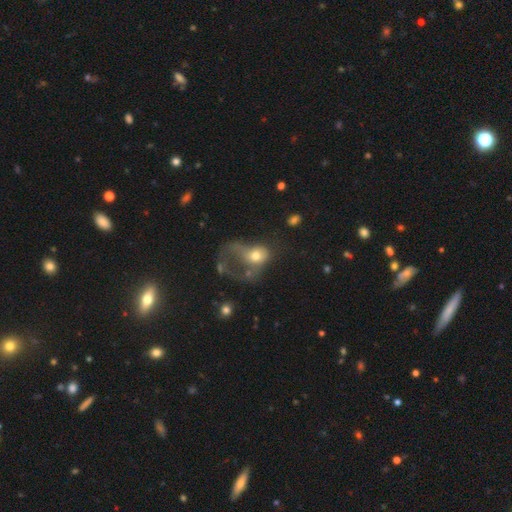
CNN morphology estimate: Q: Smooth or featured?
A: smooth (54%); runner-up: featured or disk (36%)
Q: How rounded?
A: in between (56%); runner-up: round (42%)
Q: Merging?
A: major disturbance (67%); runner-up: none (12%)